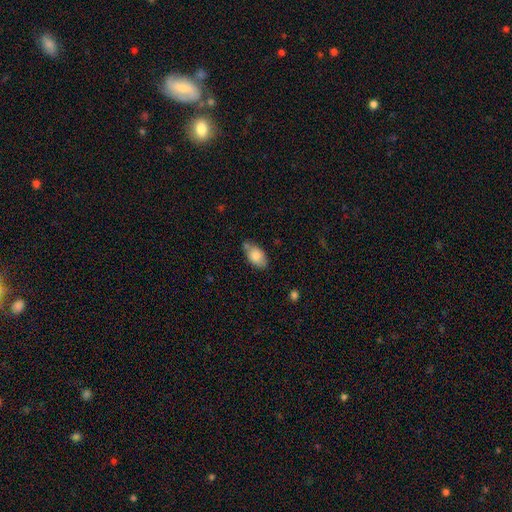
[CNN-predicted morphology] Smooth or featured?
  - smooth: 81% *
  - featured or disk: 12%
  - star or artifact: 7%
How rounded?
  - in between: 92% *
  - round: 5%
  - cigar-shaped: 2%
Merging?
  - none: 62% *
  - minor disturbance: 24%
  - merger: 9%
  - major disturbance: 5%